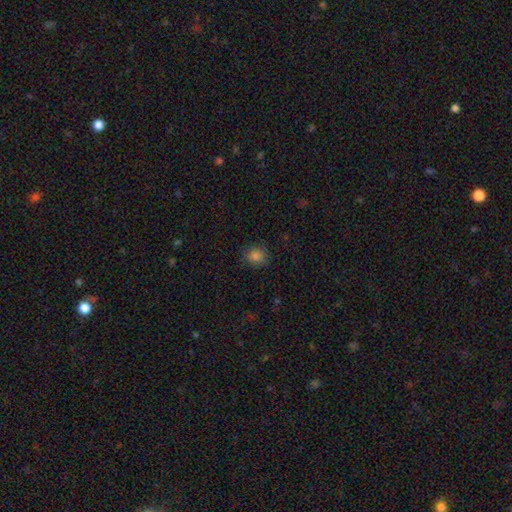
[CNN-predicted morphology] A smooth galaxy with no disk features (83%) that is round (74%). Merging: none (85%).